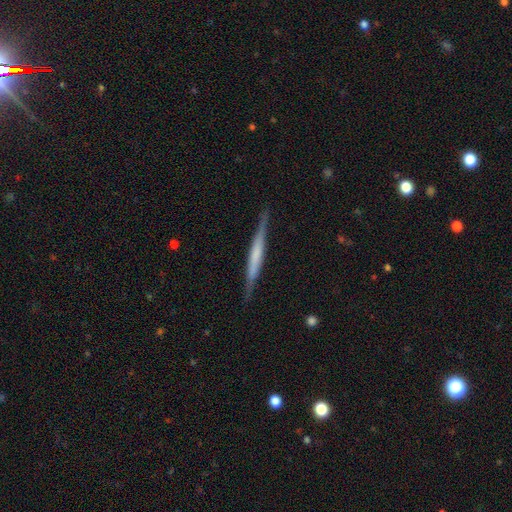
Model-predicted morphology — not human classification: Q: Smooth or featured?
A: featured or disk (60%); runner-up: smooth (35%)
Q: Edge-on disk?
A: yes (97%); runner-up: no (3%)
Q: Edge-on bulge?
A: none (53%); runner-up: boxy (27%)
Q: Merging?
A: none (87%); runner-up: minor disturbance (10%)